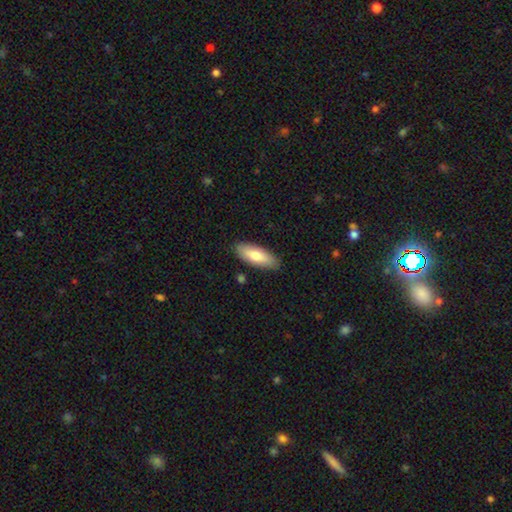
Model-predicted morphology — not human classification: smooth-or-featured: smooth: 74% | featured or disk: 20% | star or artifact: 6%
  how-rounded: in between: 72% | cigar-shaped: 26% | round: 2%
  merging: none: 86% | minor disturbance: 10% | major disturbance: 2% | merger: 2%